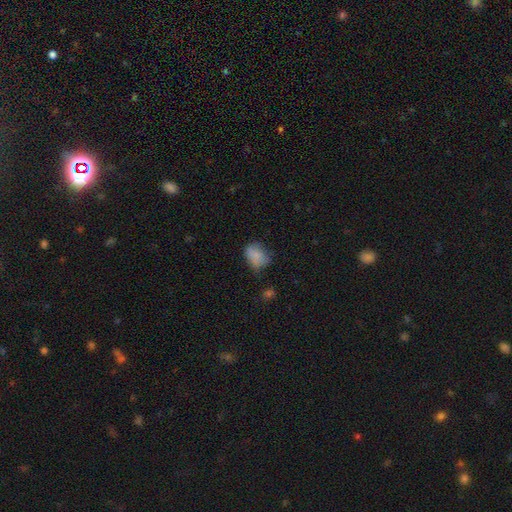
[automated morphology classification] This appears to be a smooth galaxy with no disk features (78%) that is in between round and cigar-shaped (68%). Merging: none (48%).